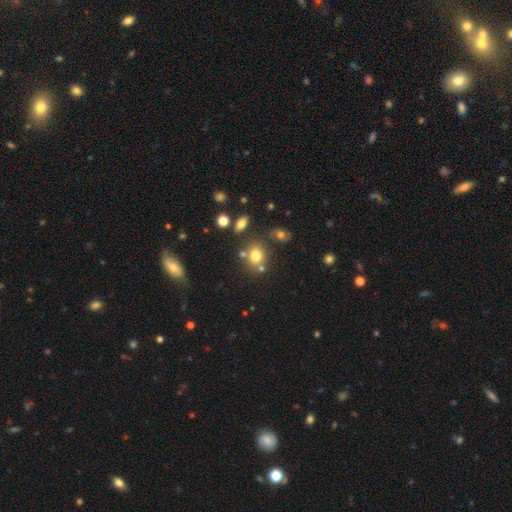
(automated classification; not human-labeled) This is likely a smooth galaxy (74%). How rounded: likely round (66%). Merging: likely none (68%).